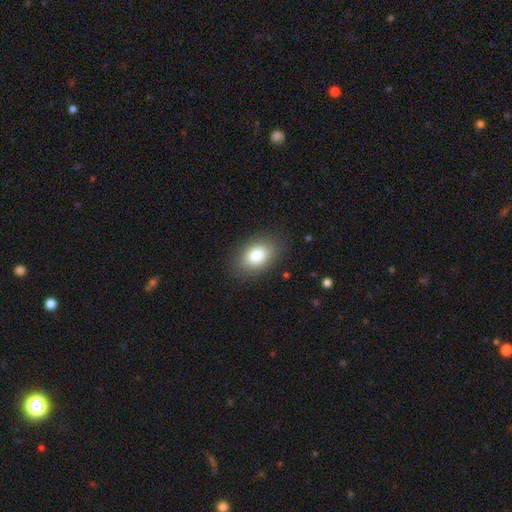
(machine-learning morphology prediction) A smooth galaxy with no disk features (82%) that is in between round and cigar-shaped (86%). Merging: none (84%).